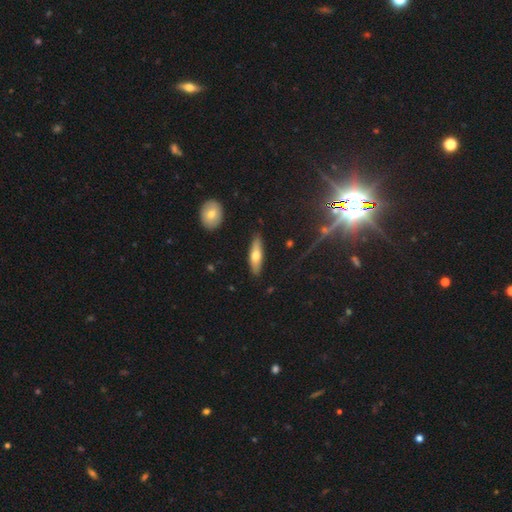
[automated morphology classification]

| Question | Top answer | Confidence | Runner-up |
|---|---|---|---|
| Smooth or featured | smooth | 59% | featured or disk (36%) |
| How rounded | cigar-shaped | 58% | in between (40%) |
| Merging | none | 86% | minor disturbance (10%) |